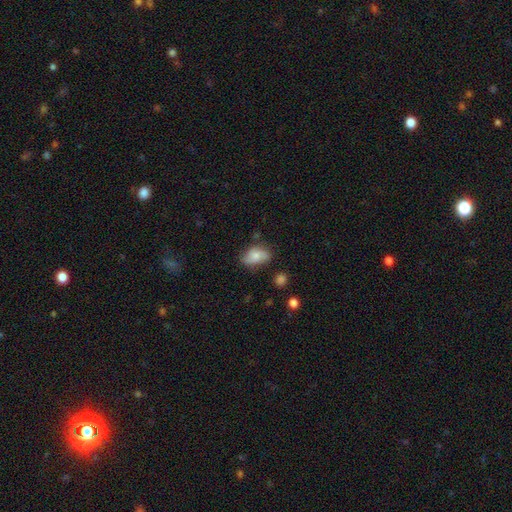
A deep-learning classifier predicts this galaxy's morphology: smooth-or-featured: smooth: 70% | featured or disk: 22% | star or artifact: 8%
  how-rounded: in between: 87% | round: 11% | cigar-shaped: 2%
  merging: none: 61% | minor disturbance: 29% | major disturbance: 7% | merger: 3%